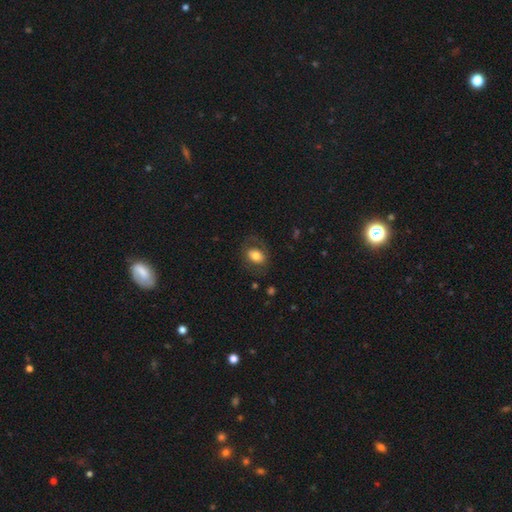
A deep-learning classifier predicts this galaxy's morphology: smooth_or_featured: smooth (p=0.67) [alt: featured or disk p=0.25]
how_rounded: in between (p=0.77) [alt: round p=0.22]
merging: none (p=0.69) [alt: minor disturbance p=0.16]